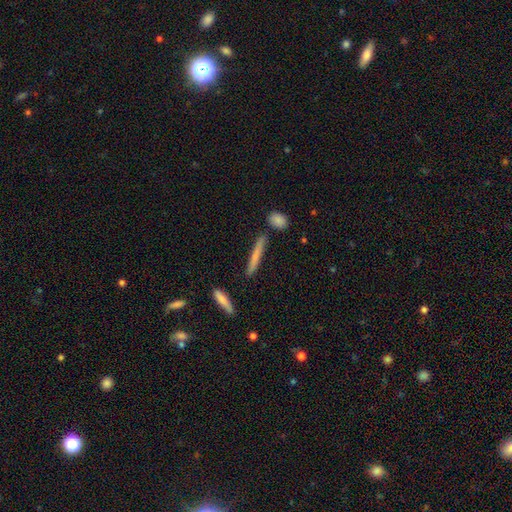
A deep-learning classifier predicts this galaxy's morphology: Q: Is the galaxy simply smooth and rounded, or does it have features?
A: smooth — 66%.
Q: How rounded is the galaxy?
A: cigar-shaped — 95%.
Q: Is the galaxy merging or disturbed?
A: none — 85%.